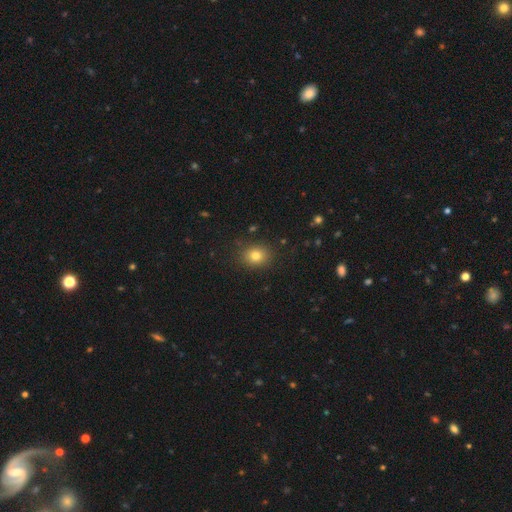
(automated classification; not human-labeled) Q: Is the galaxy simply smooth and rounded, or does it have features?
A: smooth — 79%.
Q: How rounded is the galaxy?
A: round — 68%.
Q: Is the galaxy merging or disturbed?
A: none — 87%.